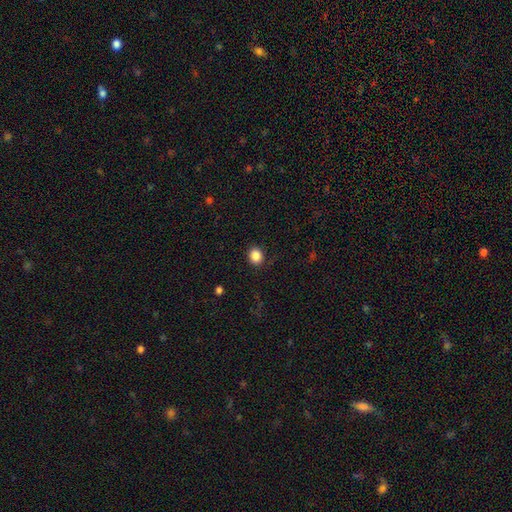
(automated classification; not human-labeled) Overall: smooth (87%). How rounded: round (72%). Merging: none (88%).